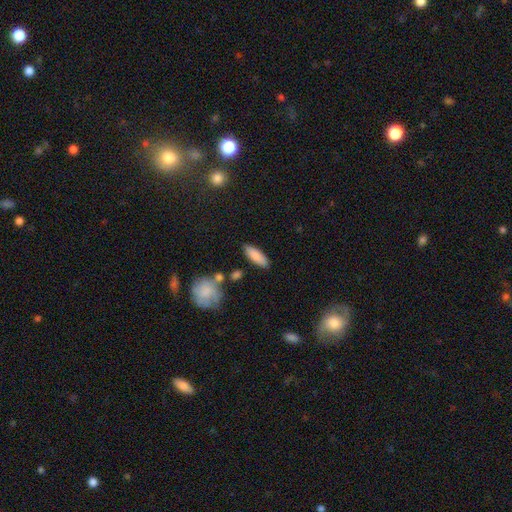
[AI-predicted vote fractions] smooth 84%, featured or disk 10%, star or artifact 6%. Down the decision tree: how rounded — in between (55%); merging — none (82%).